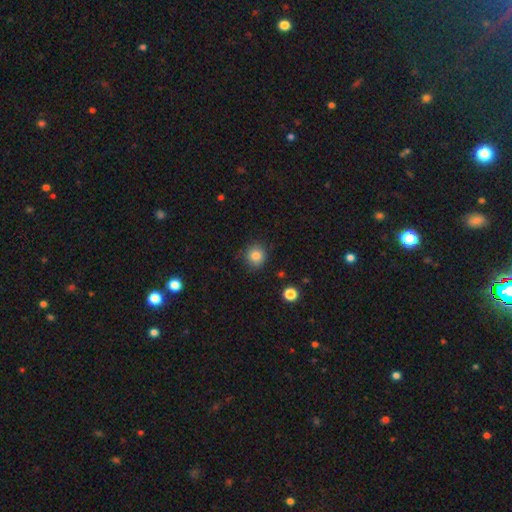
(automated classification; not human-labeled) This is clearly a smooth galaxy (82%). How rounded: clearly round (88%). Merging: clearly none (86%).